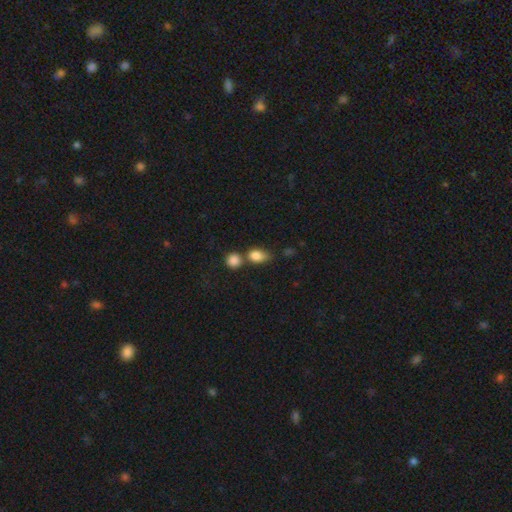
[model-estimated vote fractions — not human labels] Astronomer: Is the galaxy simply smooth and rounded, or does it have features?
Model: smooth — 85%.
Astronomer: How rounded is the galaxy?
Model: in between — 73%.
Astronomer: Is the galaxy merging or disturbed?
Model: merger — 42% (runner-up: none, 39%).